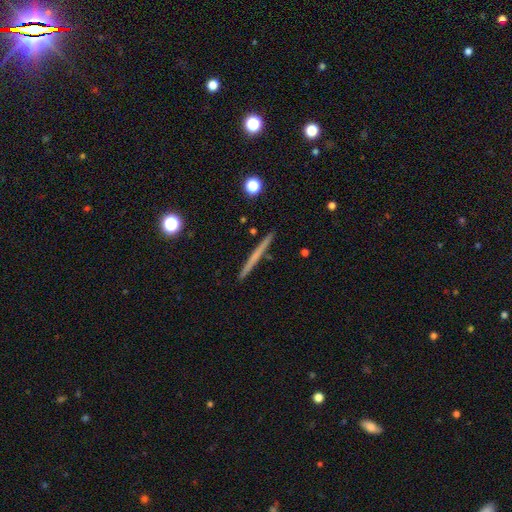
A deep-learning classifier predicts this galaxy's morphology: The model was most divided on "smooth or featured": featured or disk: 48%, smooth: 46%, star or artifact: 6%. More confident: merging — none (92%).